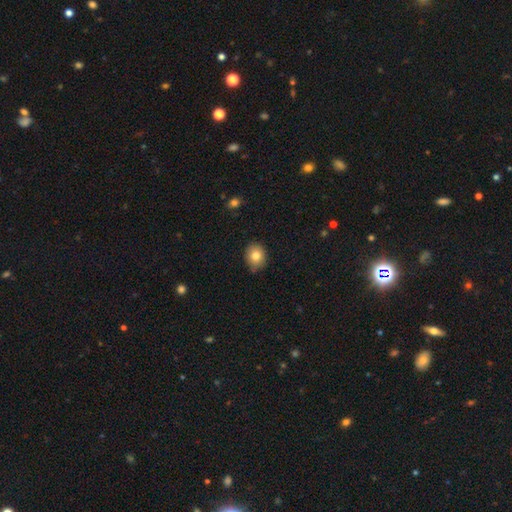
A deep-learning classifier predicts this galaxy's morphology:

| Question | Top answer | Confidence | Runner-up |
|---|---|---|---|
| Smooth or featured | smooth | 81% | star or artifact (10%) |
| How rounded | round | 62% | in between (37%) |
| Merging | none | 77% | minor disturbance (19%) |